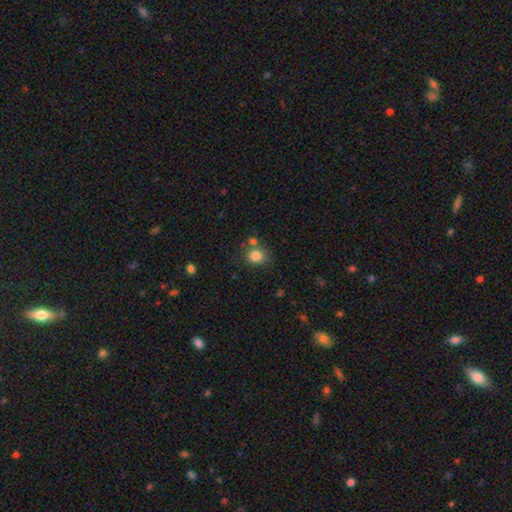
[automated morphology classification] smooth_or_featured: smooth (p=0.82) [alt: star or artifact p=0.11]
how_rounded: round (p=0.74) [alt: in between p=0.26]
merging: none (p=0.65) [alt: merger p=0.16]